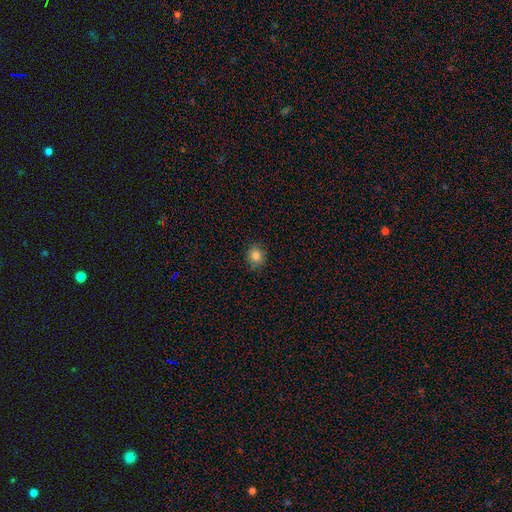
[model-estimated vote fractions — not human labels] This appears to be a smooth galaxy with no disk features (84%) that is round (79%). Merging: none (87%).